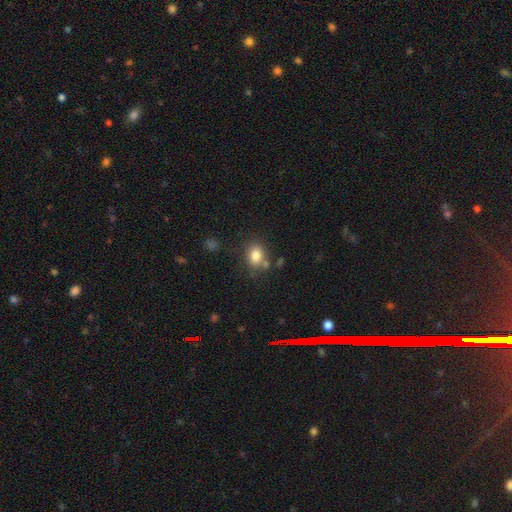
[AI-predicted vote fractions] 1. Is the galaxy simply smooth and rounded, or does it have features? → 82% smooth, 10% star or artifact, 8% featured or disk.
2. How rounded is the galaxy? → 57% in between, 42% round, 1% cigar-shaped.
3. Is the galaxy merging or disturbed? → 71% none, 15% minor disturbance, 10% merger, 5% major disturbance.